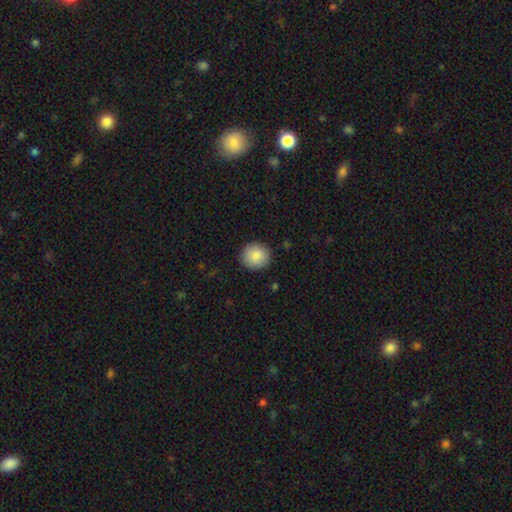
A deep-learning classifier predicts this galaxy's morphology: Smooth or featured: smooth — 87% (star or artifact — 8%)
How rounded: round — 89% (in between — 10%)
Merging: none — 90% (minor disturbance — 7%)